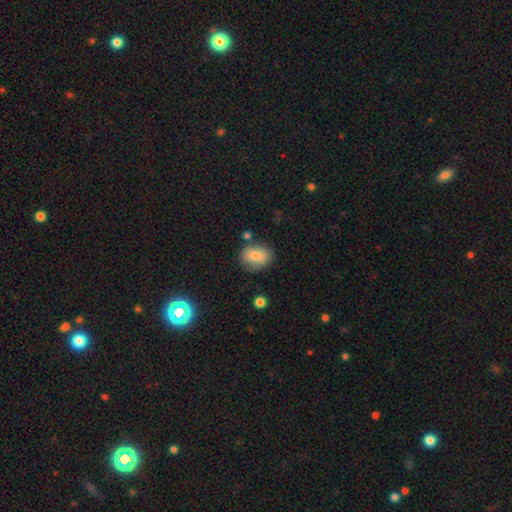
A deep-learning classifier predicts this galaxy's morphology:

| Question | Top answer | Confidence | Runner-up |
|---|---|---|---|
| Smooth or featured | smooth | 76% | featured or disk (14%) |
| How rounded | in between | 58% | round (41%) |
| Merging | none | 73% | minor disturbance (18%) |